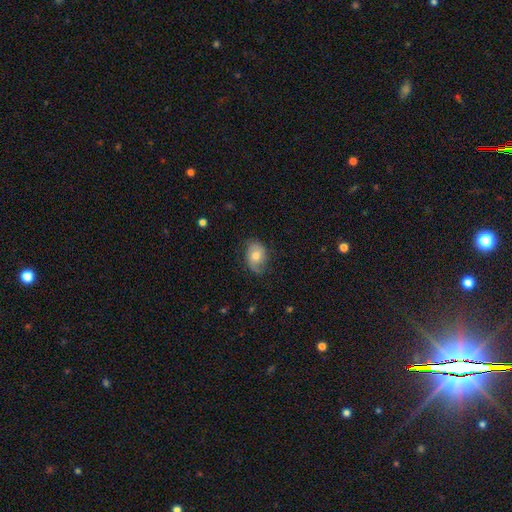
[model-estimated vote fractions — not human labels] smooth 51%, featured or disk 41%, star or artifact 8%. Down the decision tree: how rounded — in between (73%); merging — none (66%).